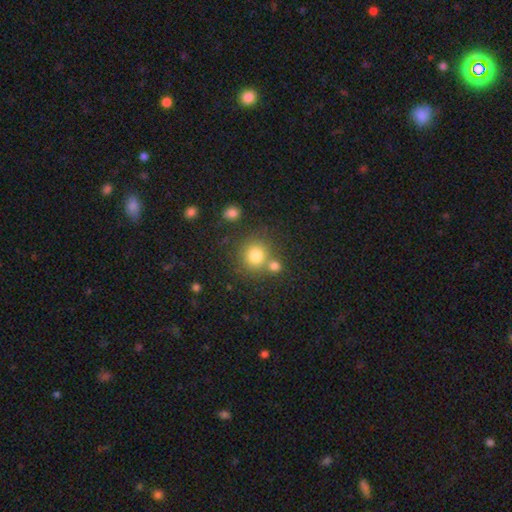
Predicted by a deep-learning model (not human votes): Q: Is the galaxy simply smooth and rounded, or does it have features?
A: smooth — 79%.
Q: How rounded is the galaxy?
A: round — 89%.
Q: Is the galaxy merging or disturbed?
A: none — 65%.